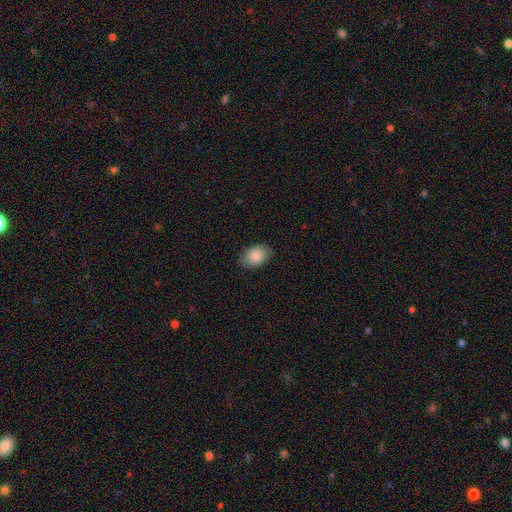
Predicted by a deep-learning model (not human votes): Smooth or featured?
  - smooth: 88% *
  - star or artifact: 7%
  - featured or disk: 5%
How rounded?
  - in between: 80% *
  - round: 19%
  - cigar-shaped: 1%
Merging?
  - none: 82% *
  - minor disturbance: 14%
  - major disturbance: 3%
  - merger: 1%